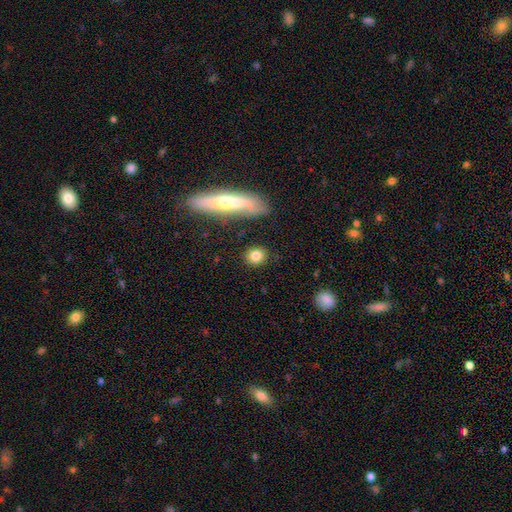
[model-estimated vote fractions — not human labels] This appears to be a smooth galaxy with no disk features (82%) that is round (77%). Merging: none (87%).